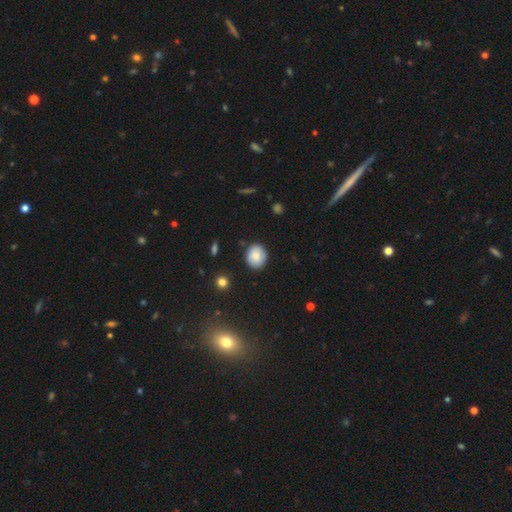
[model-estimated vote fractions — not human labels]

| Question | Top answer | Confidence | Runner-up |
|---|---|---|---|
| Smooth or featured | smooth | 83% | featured or disk (9%) |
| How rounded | round | 71% | in between (28%) |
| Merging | none | 85% | minor disturbance (11%) |